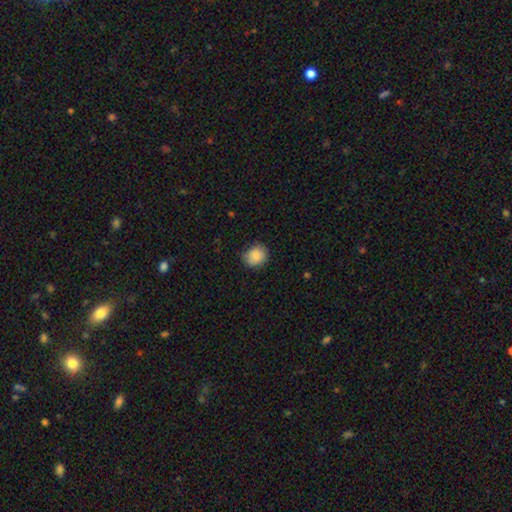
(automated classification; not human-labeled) smooth_or_featured: smooth (p=0.86) [alt: star or artifact p=0.08]
how_rounded: round (p=0.73) [alt: in between p=0.26]
merging: none (p=0.79) [alt: minor disturbance p=0.17]